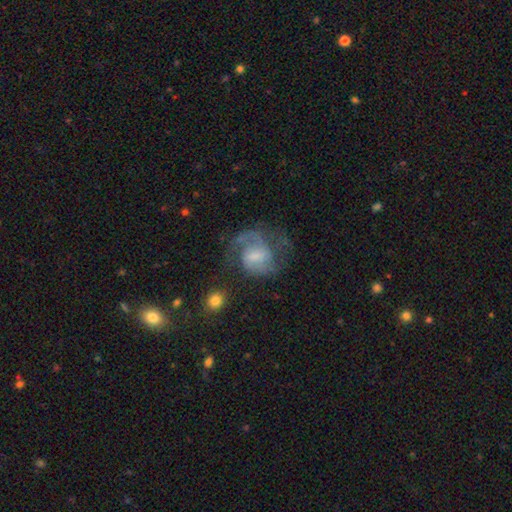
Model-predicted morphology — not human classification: Smooth or featured: featured or disk — 73% (smooth — 20%)
Edge-on disk: no — 98% (yes — 2%)
Bar: weak — 55% (no — 30%)
Spiral arms: yes — 90% (no — 10%)
Spiral winding: medium — 51% (loose — 26%)
Spiral arm count: 2 — 66% (1 — 15%)
Bulge size: small — 37% (moderate — 30%)
Merging: none — 50% (major disturbance — 26%)